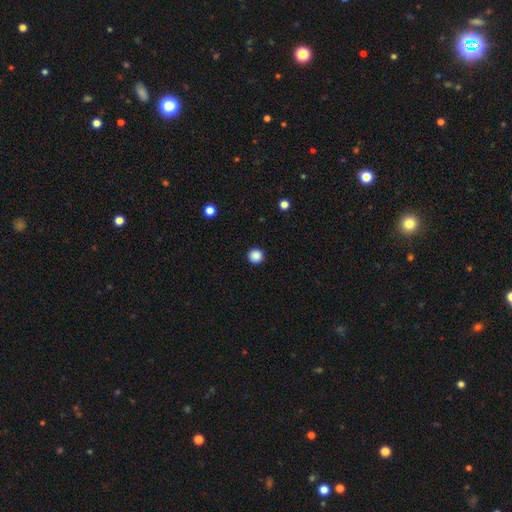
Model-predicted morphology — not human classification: smooth-or-featured: smooth: 87% | star or artifact: 10% | featured or disk: 3%
  how-rounded: round: 96% | in between: 3% | cigar-shaped: 1%
  merging: none: 94% | minor disturbance: 4% | major disturbance: 1% | merger: 1%